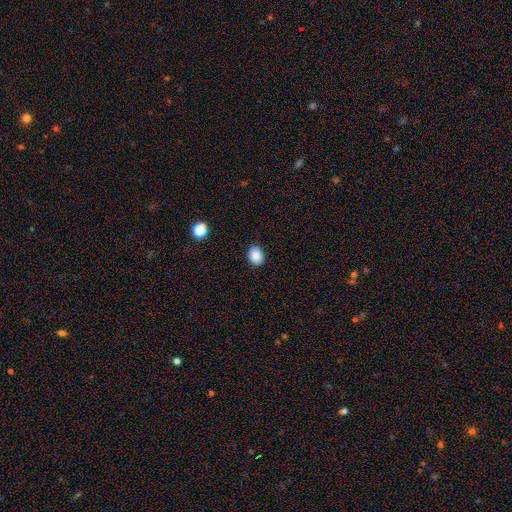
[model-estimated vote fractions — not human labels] The model was most divided on "how rounded": in between: 63%, round: 36%, cigar-shaped: 1%. More confident: merging — none (87%); smooth or featured — smooth (86%).